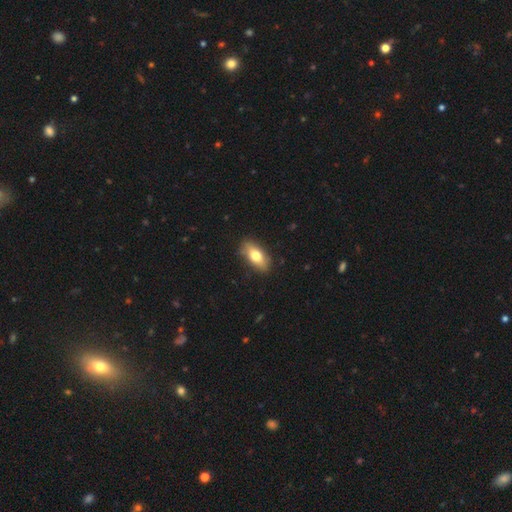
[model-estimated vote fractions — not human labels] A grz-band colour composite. It shows a smooth galaxy with no disk features (72%) that is in between round and cigar-shaped (83%). Merging: none (85%).